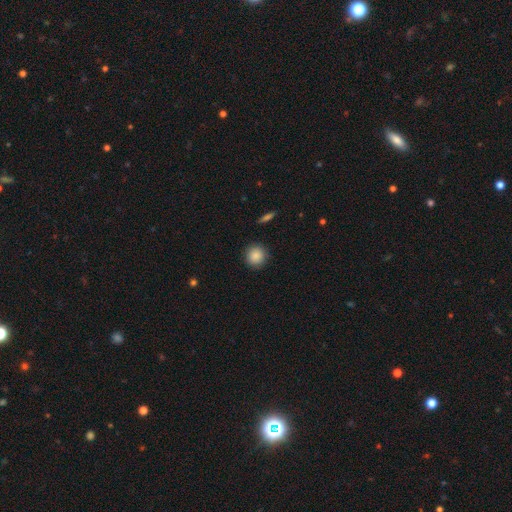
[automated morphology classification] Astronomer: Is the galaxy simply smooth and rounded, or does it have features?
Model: smooth — 88%.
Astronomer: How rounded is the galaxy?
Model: round — 92%.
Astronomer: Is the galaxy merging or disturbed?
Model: none — 90%.